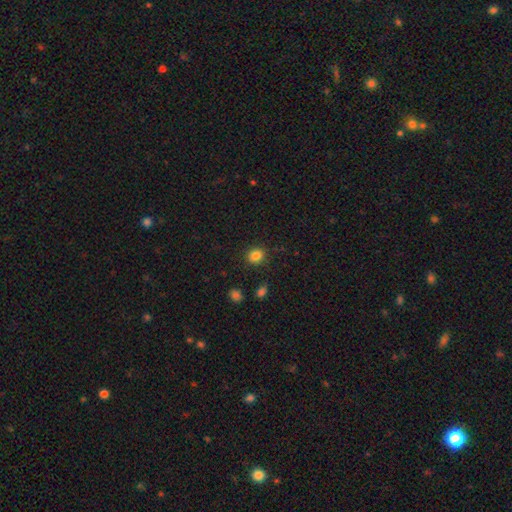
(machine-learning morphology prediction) Smooth or featured: smooth — 84% (star or artifact — 11%)
How rounded: round — 74% (in between — 25%)
Merging: none — 87% (minor disturbance — 9%)